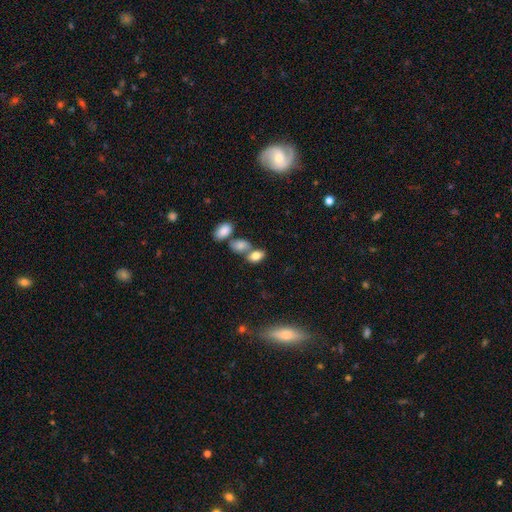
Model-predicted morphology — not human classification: Smooth or featured? Predicted: smooth (p=0.80). How rounded? Predicted: in between (p=0.86). Merging? Predicted: none (p=0.46).